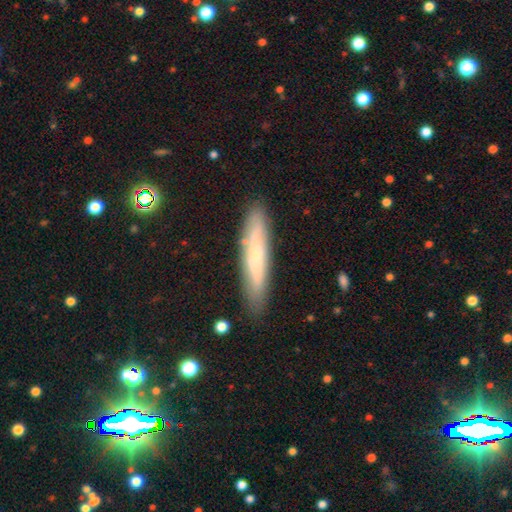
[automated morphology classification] This appears to be a smooth galaxy with no disk features (50%) that is cigar-shaped (89%). Merging: none (85%).